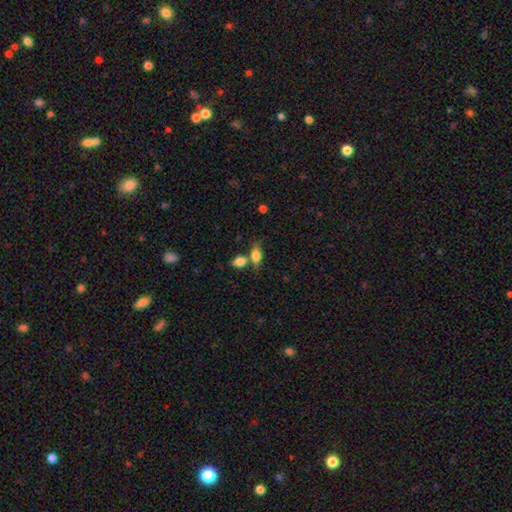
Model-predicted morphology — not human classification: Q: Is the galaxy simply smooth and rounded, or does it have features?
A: smooth — 77%.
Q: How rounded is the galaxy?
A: in between — 80%.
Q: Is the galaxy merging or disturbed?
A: none — 50%.